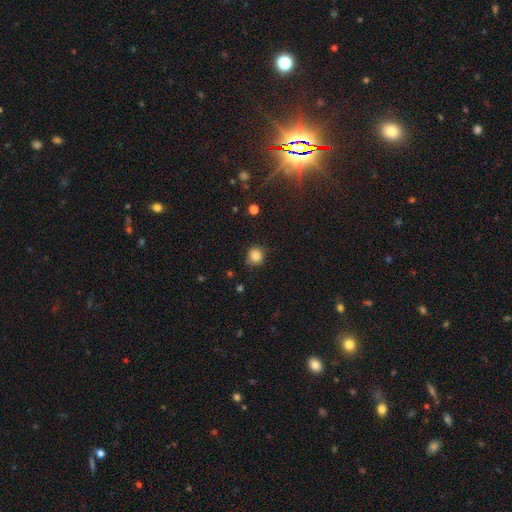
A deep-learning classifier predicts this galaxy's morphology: smooth-or-featured: smooth: 84% | star or artifact: 11% | featured or disk: 4%
  how-rounded: round: 91% | in between: 8% | cigar-shaped: 1%
  merging: none: 82% | minor disturbance: 13% | major disturbance: 3% | merger: 2%